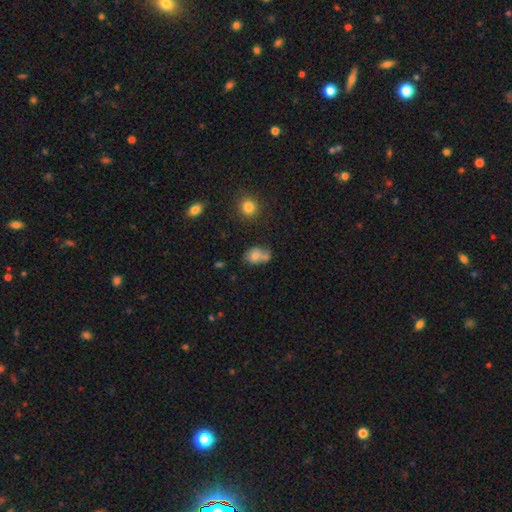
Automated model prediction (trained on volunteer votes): Smooth or featured?
  - smooth: 70% *
  - featured or disk: 19%
  - star or artifact: 12%
How rounded?
  - in between: 59% *
  - round: 40%
  - cigar-shaped: 1%
Merging?
  - none: 38% *
  - merger: 36%
  - minor disturbance: 18%
  - major disturbance: 8%